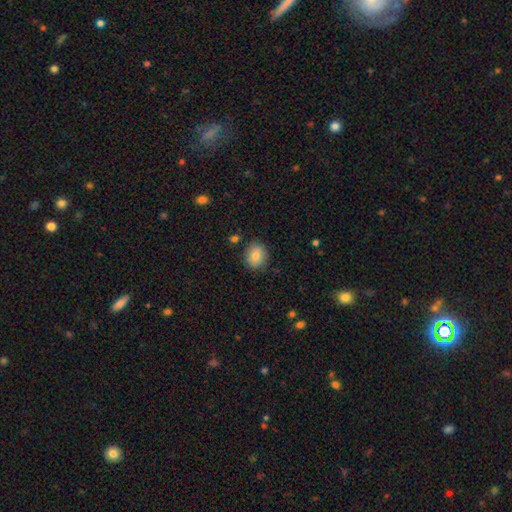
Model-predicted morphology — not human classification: smooth_or_featured: smooth (p=0.82) [alt: featured or disk p=0.09]
how_rounded: round (p=0.66) [alt: in between p=0.33]
merging: none (p=0.83) [alt: minor disturbance p=0.12]